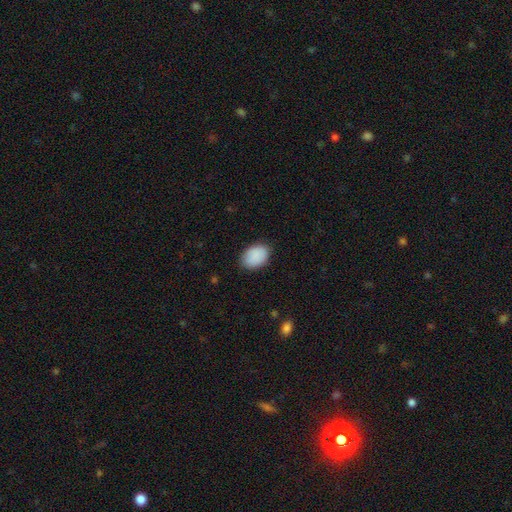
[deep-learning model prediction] Morphology: type=smooth (90%); roundness=in between (83%); merging=none (84%).